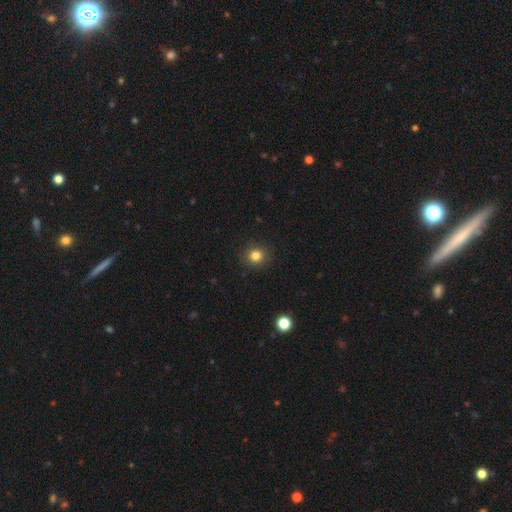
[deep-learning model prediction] This appears to be a smooth galaxy with no disk features (82%) that is round (88%). Merging: none (90%).